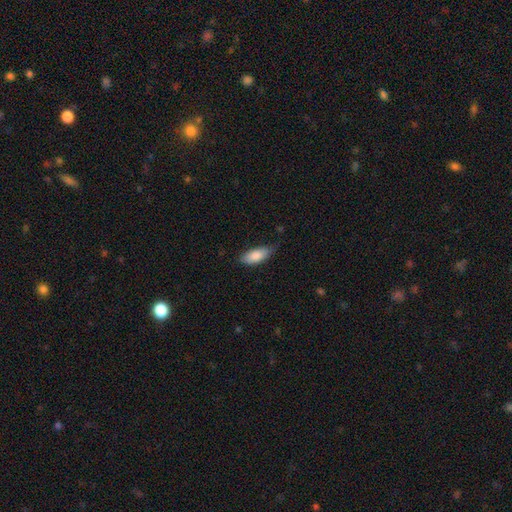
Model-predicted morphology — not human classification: A smooth galaxy with no disk features (85%) that is in between round and cigar-shaped (82%).

Vote fractions:
- Smooth or featured? smooth: 85% / featured or disk: 9% / star or artifact: 6%
- How rounded? in between: 82% / cigar-shaped: 16% / round: 2%
- Merging? none: 60% / minor disturbance: 33% / major disturbance: 6% / merger: 2%